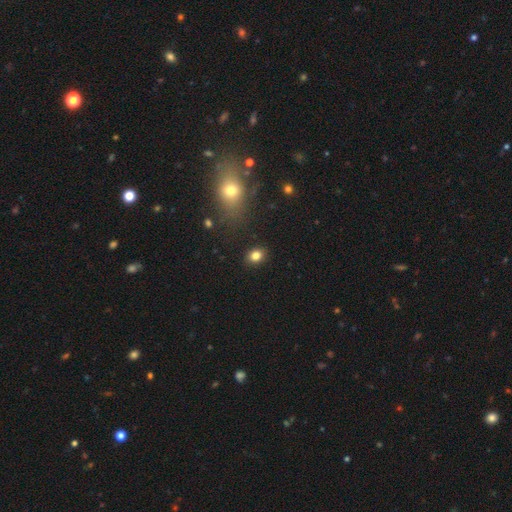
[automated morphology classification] The model was most divided on "how rounded": in between: 51%, round: 47%, cigar-shaped: 1%. More confident: merging — none (88%); smooth or featured — smooth (83%).